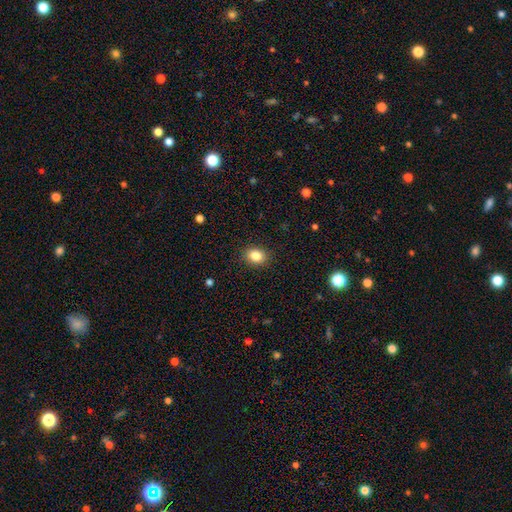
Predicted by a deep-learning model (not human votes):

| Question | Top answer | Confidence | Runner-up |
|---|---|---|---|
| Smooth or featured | smooth | 84% | star or artifact (10%) |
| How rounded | in between | 61% | round (38%) |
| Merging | none | 89% | minor disturbance (8%) |